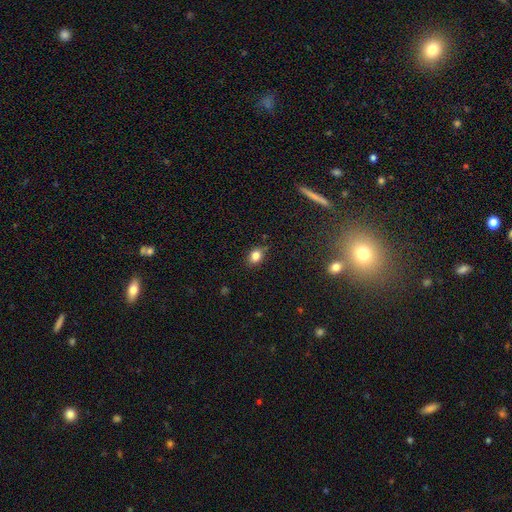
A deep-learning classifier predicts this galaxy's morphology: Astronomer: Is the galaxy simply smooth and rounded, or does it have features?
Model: smooth — 82%.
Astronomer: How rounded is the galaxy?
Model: in between — 58% (runner-up: round, 40%).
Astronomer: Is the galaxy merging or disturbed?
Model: none — 79%.